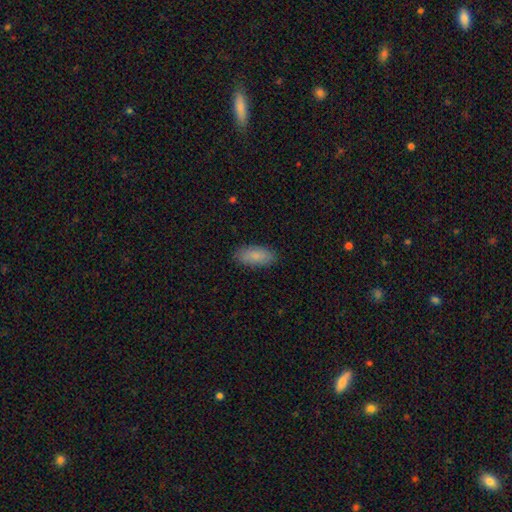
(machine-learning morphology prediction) This appears to be a smooth galaxy with no disk features (85%) that is in between round and cigar-shaped (87%). Merging: none (87%).